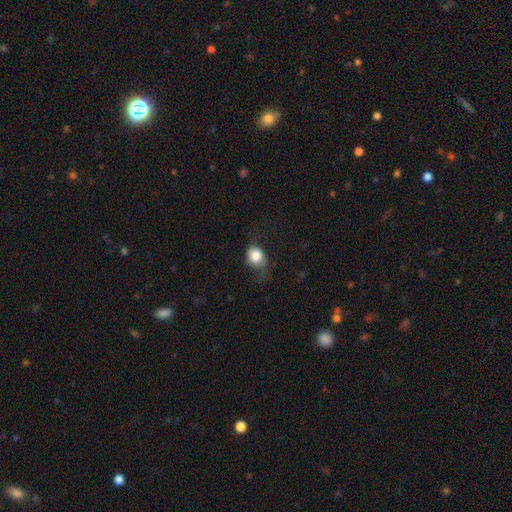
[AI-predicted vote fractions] smooth-or-featured: smooth: 78% | featured or disk: 13% | star or artifact: 8%
  how-rounded: in between: 50% | round: 49% | cigar-shaped: 1%
  merging: none: 44% | minor disturbance: 31% | major disturbance: 23% | merger: 2%